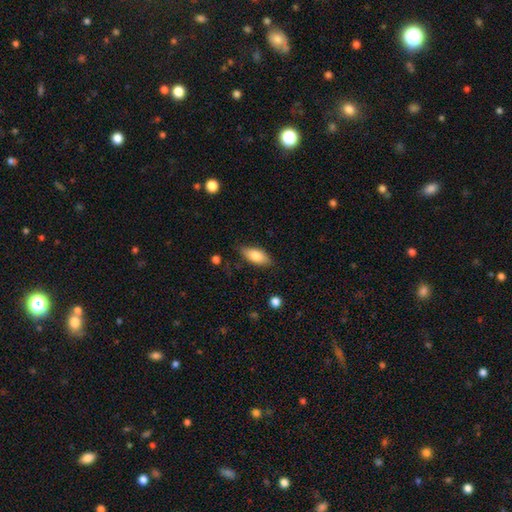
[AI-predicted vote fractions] Smooth or featured? Predicted: smooth (p=0.80). How rounded? Predicted: in between (p=0.85). Merging? Predicted: none (p=0.79).